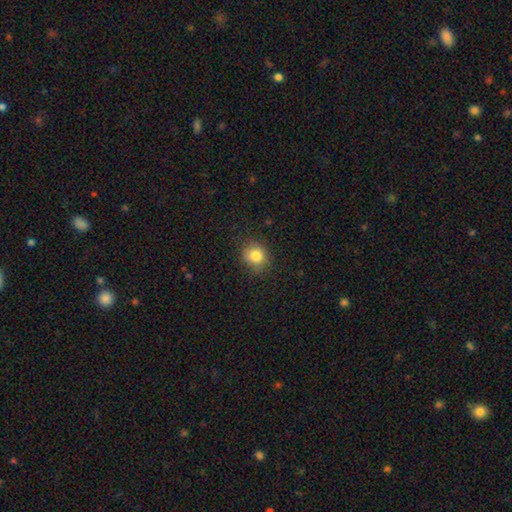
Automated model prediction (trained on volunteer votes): This is clearly a smooth galaxy (83%). How rounded: clearly round (81%). Merging: clearly none (82%).